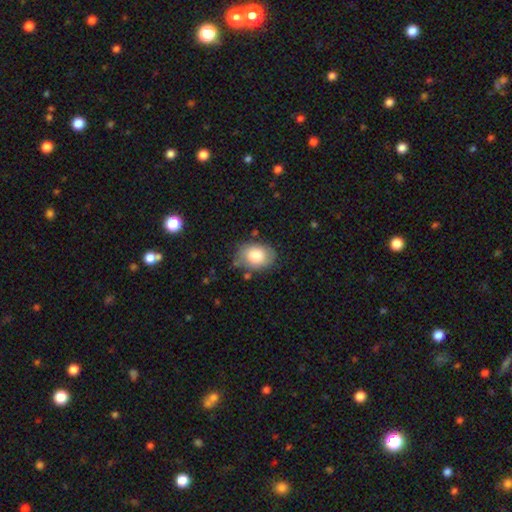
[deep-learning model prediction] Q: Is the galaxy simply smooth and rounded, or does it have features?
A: smooth — 75%.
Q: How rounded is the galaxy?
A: in between — 71%.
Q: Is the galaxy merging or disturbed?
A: none — 72%.